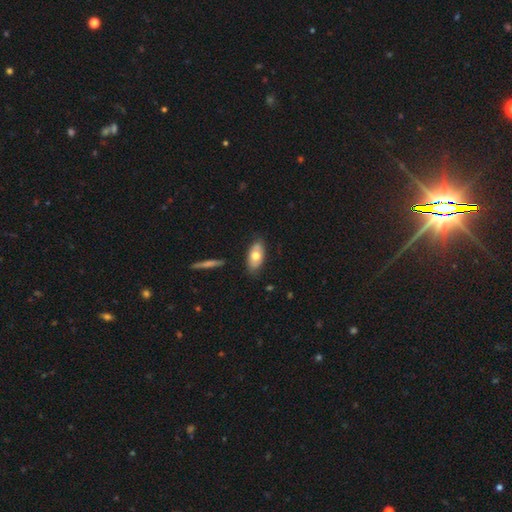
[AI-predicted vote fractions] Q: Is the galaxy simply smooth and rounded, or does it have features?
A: smooth — 63%.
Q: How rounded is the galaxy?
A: in between — 91%.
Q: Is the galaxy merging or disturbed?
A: none — 80%.